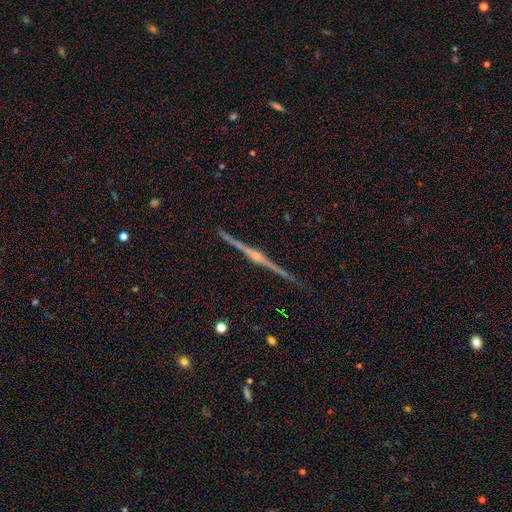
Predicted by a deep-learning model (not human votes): This appears to be a featured or disk galaxy (88%) viewed edge-on (99%) with a rounded central bulge (85%). Merging: none (93%).